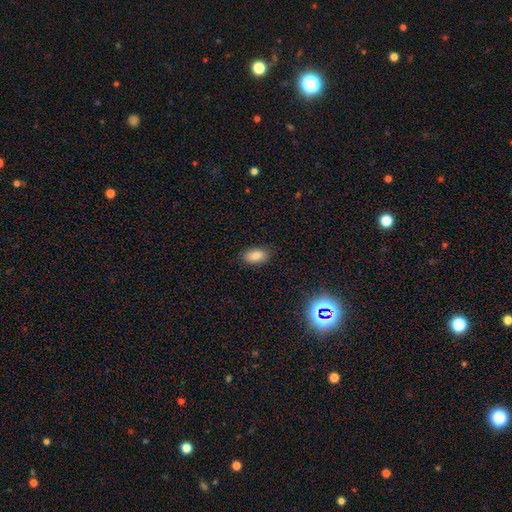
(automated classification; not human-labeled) Morphology: type=smooth (82%); roundness=in between (92%); merging=none (87%).